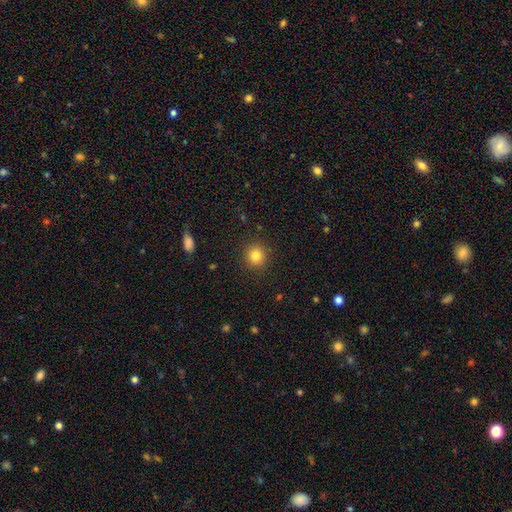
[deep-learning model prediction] Smooth or featured? Predicted: smooth (p=0.83). How rounded? Predicted: round (p=0.90). Merging? Predicted: none (p=0.90).